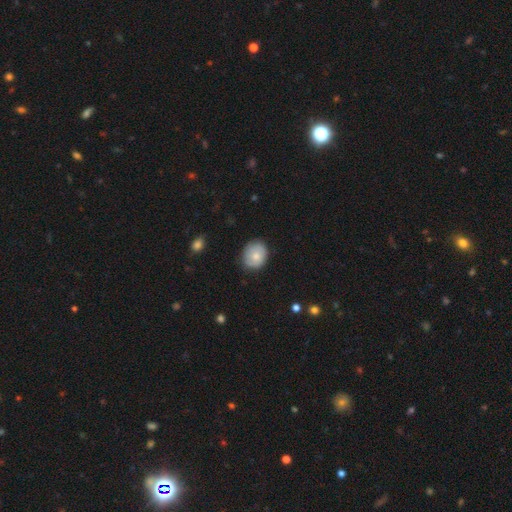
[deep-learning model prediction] A smooth galaxy with no disk features (75%) that is round (63%).

Vote fractions:
- Smooth or featured? smooth: 75% / featured or disk: 18% / star or artifact: 7%
- How rounded? round: 63% / in between: 36% / cigar-shaped: 1%
- Merging? none: 77% / minor disturbance: 19% / major disturbance: 3% / merger: 1%